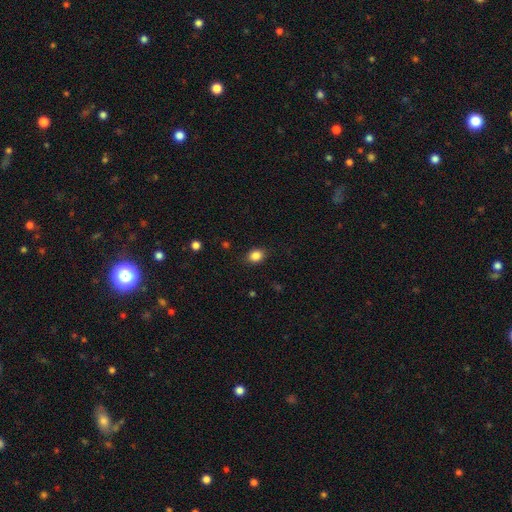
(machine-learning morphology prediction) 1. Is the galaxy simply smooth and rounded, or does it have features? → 85% smooth, 10% star or artifact, 5% featured or disk.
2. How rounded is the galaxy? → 53% in between, 46% round, 1% cigar-shaped.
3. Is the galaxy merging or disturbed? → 86% none, 11% minor disturbance, 3% major disturbance, 1% merger.